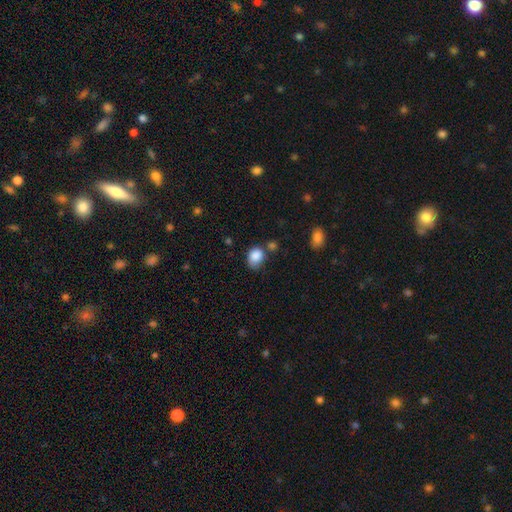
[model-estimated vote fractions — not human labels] Smooth or featured?
  - smooth: 86% *
  - star or artifact: 9%
  - featured or disk: 5%
How rounded?
  - in between: 57% *
  - round: 42%
  - cigar-shaped: 1%
Merging?
  - none: 52% *
  - minor disturbance: 27%
  - merger: 12%
  - major disturbance: 8%